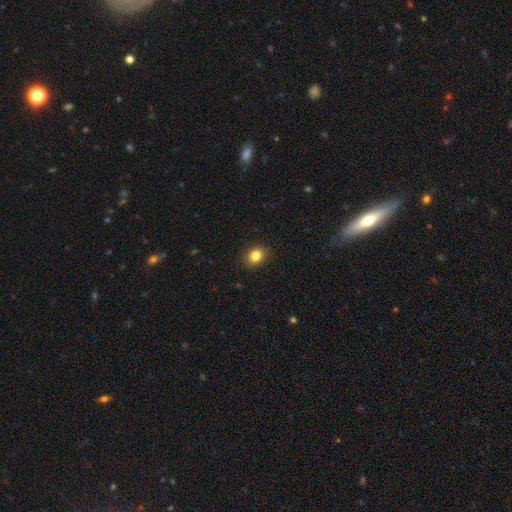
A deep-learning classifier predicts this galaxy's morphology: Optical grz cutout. It shows a smooth galaxy with no disk features (85%) that is in between round and cigar-shaped (55%). Merging: none (89%).